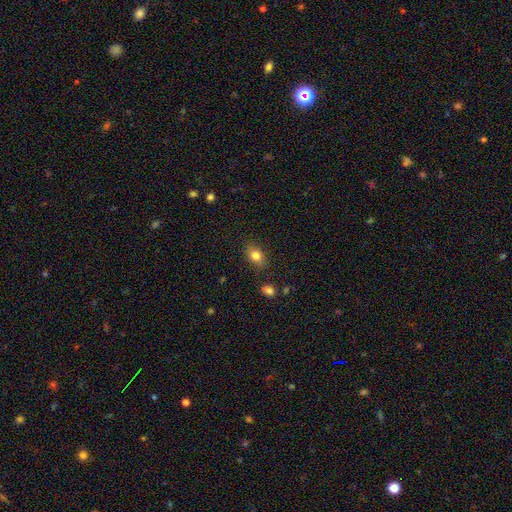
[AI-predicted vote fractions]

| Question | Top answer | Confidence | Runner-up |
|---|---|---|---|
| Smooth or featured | smooth | 81% | featured or disk (10%) |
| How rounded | in between | 80% | round (17%) |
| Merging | none | 84% | minor disturbance (11%) |